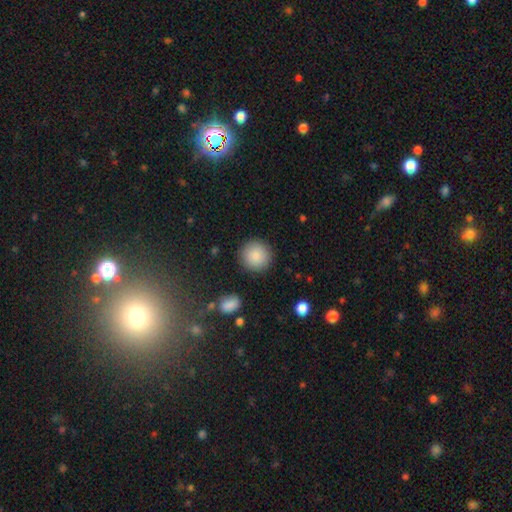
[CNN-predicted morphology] Smooth or featured: smooth — 88% (star or artifact — 8%)
How rounded: round — 94% (in between — 5%)
Merging: none — 90% (minor disturbance — 6%)